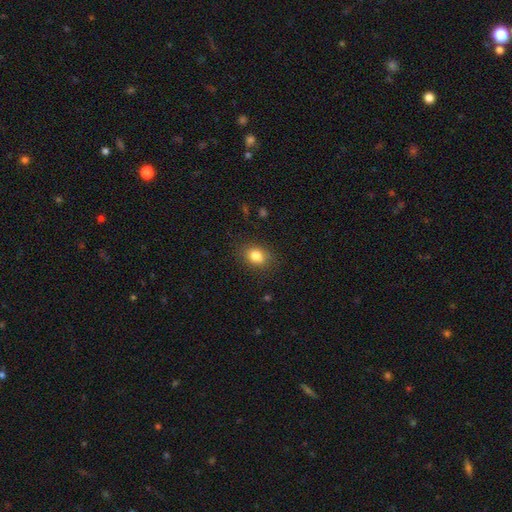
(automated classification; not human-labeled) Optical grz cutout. It shows a smooth galaxy with no disk features (83%) that is in between round and cigar-shaped (62%). Merging: none (83%).